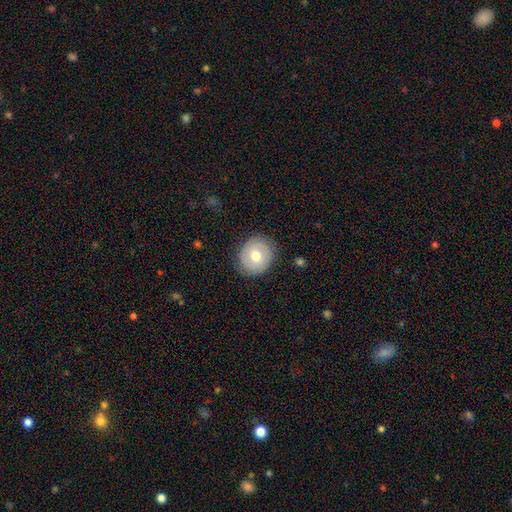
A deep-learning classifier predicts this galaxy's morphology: This appears to be a smooth galaxy with no disk features (67%) that is round (80%). Merging: none (84%).